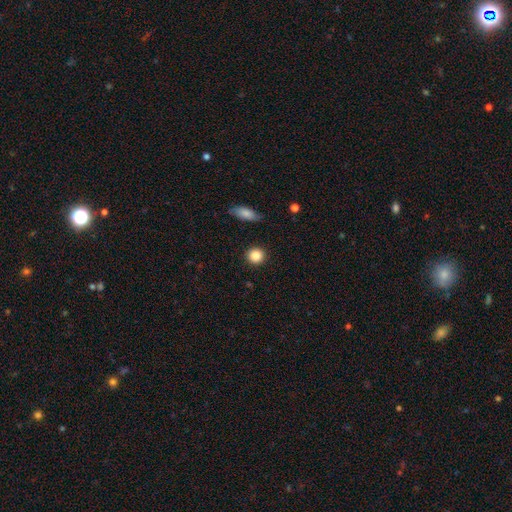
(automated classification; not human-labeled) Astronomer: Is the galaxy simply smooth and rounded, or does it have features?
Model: smooth — 87%.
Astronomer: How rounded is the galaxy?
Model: round — 90%.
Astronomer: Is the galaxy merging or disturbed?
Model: none — 90%.